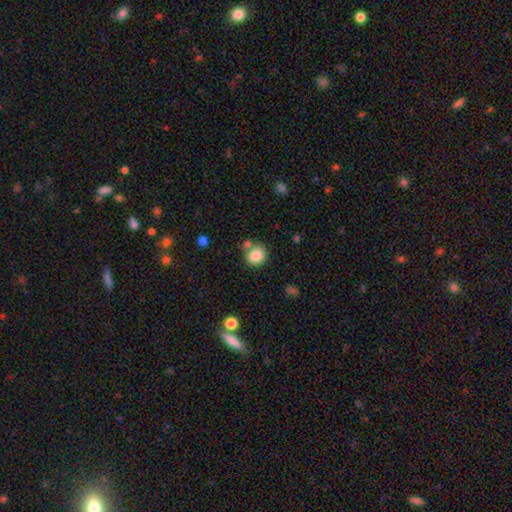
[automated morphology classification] smooth-or-featured: smooth: 83% | star or artifact: 10% | featured or disk: 7%
  how-rounded: round: 83% | in between: 16% | cigar-shaped: 1%
  merging: none: 70% | merger: 16% | minor disturbance: 11% | major disturbance: 3%